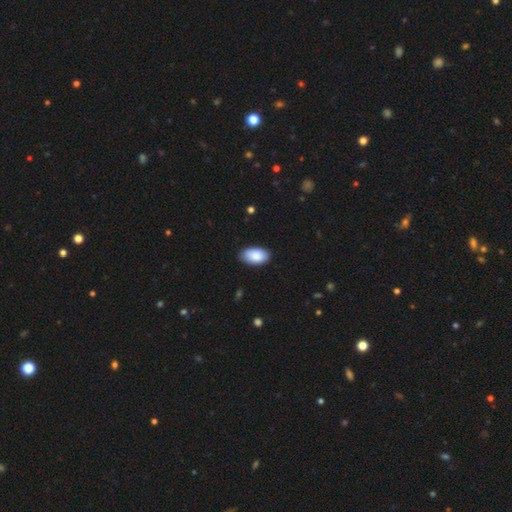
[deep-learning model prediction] Smooth or featured: smooth — 89% (featured or disk — 6%)
How rounded: in between — 95% (round — 4%)
Merging: none — 86% (minor disturbance — 11%)